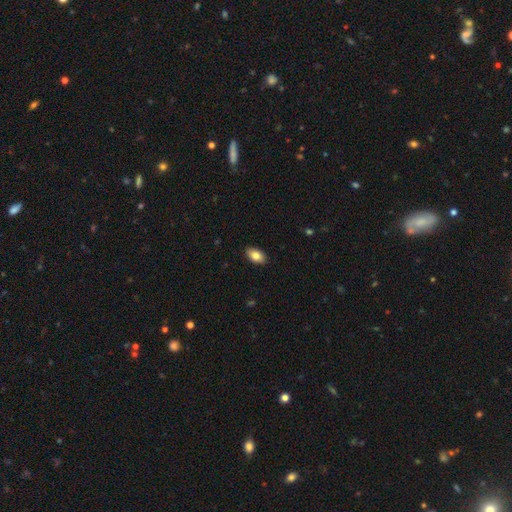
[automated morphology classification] The model was most divided on "smooth or featured": smooth: 83%, featured or disk: 10%, star or artifact: 7%. More confident: how rounded — in between (92%); merging — none (89%).